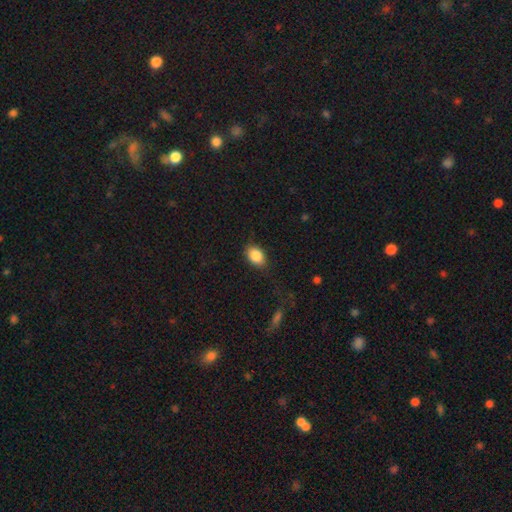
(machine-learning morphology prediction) Smooth or featured? Predicted: smooth (p=0.86). How rounded? Predicted: in between (p=0.82). Merging? Predicted: none (p=0.81).